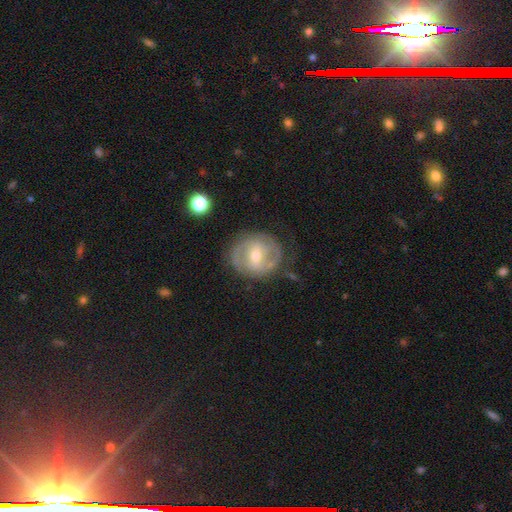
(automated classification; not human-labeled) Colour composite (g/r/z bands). It shows a featured or disk galaxy (71%) with a weak bar (46%), spiral arms (71%) and a moderate central bulge (53%). Merging: none (76%).